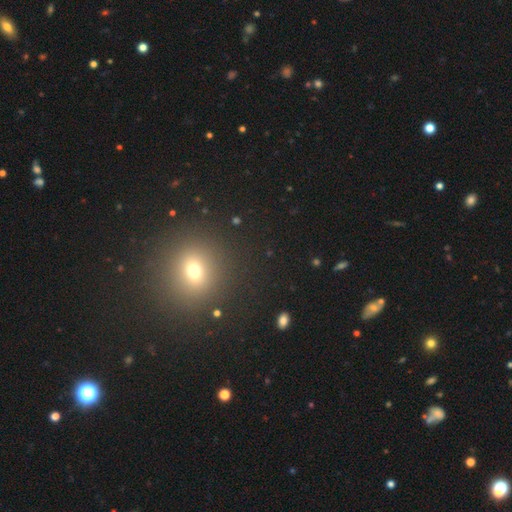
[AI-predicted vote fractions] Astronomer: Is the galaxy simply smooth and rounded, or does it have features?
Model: smooth — 56% (runner-up: star or artifact, 36%).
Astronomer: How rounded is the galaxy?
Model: round — 88%.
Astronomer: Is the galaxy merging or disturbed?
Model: none — 92%.